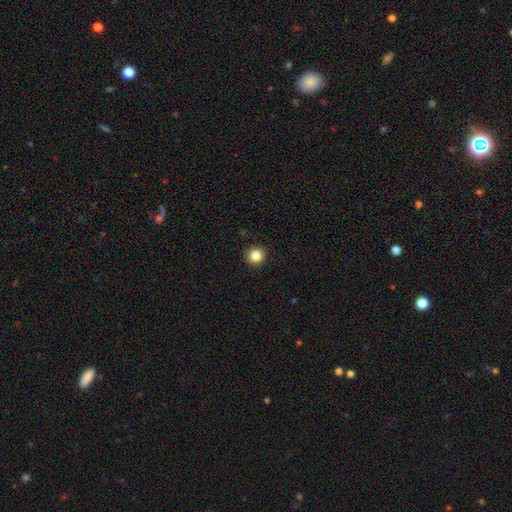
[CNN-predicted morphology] smooth_or_featured: smooth (p=0.84) [alt: star or artifact p=0.11]
how_rounded: round (p=0.94) [alt: in between p=0.05]
merging: none (p=0.92) [alt: minor disturbance p=0.05]